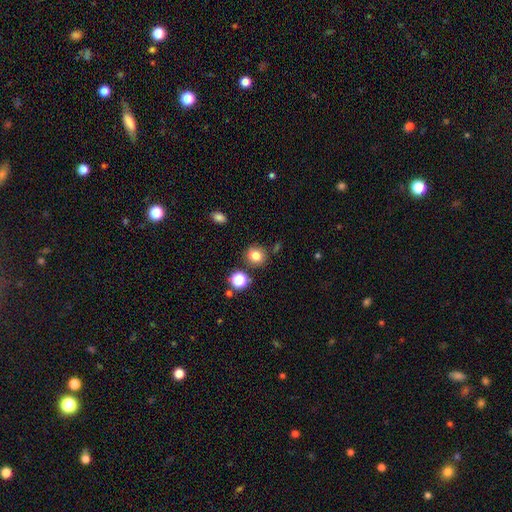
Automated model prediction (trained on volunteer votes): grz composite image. It shows a smooth galaxy with no disk features (79%) that is round (86%). Merging: none (82%).